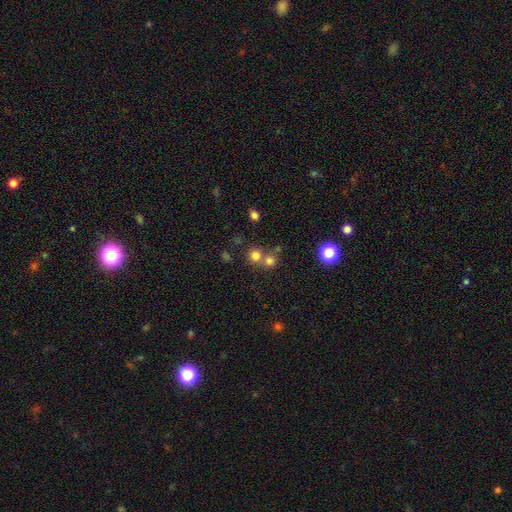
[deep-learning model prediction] This is likely a smooth galaxy (73%). How rounded: clearly round (89%). Merging: possibly none (54%).